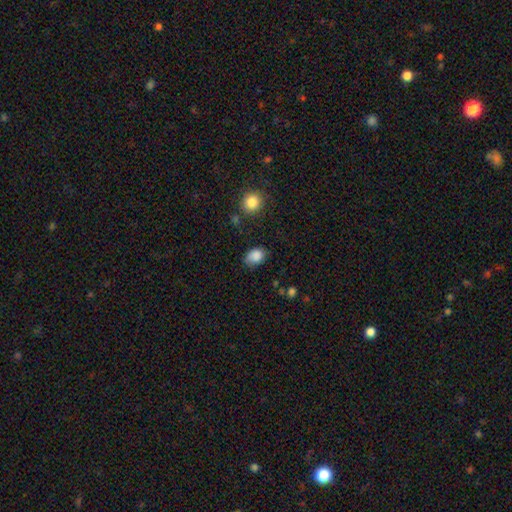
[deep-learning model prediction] Smooth or featured: smooth — 87% (star or artifact — 9%)
How rounded: in between — 74% (round — 25%)
Merging: none — 69% (minor disturbance — 24%)